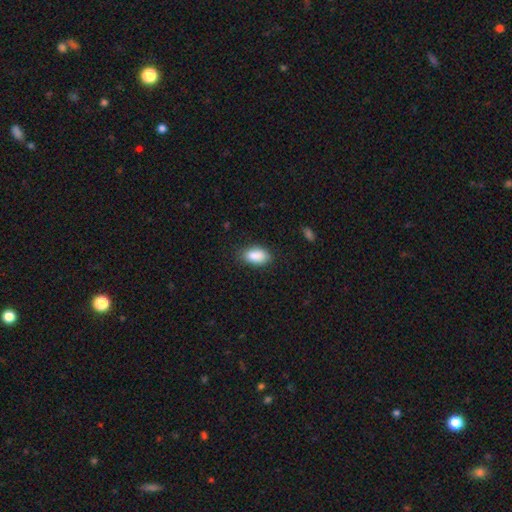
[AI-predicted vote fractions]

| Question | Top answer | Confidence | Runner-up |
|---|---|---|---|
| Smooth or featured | smooth | 89% | star or artifact (7%) |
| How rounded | in between | 92% | round (5%) |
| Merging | none | 79% | minor disturbance (16%) |